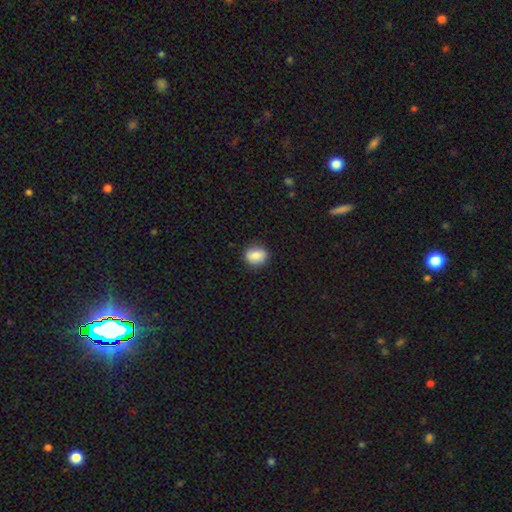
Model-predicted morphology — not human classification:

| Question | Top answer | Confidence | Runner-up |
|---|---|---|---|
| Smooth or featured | smooth | 85% | star or artifact (8%) |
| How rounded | round | 52% | in between (47%) |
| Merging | none | 86% | minor disturbance (10%) |